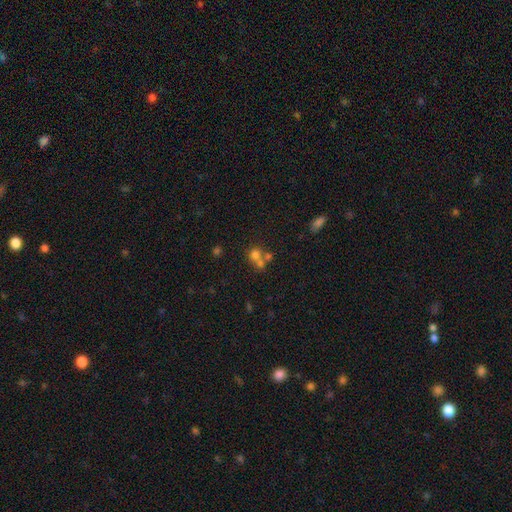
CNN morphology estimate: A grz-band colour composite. It shows a smooth galaxy with no disk features (66%) that is round (81%). Merging: merger (51%).